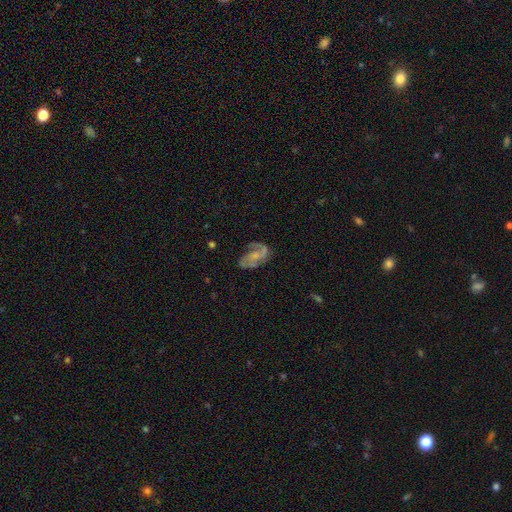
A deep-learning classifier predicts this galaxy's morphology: type=featured or disk (78%); edge-on=no (97%); bar=no (57%); spiral arms=yes (92%); winding=medium (49%); arm count=2 (68%); bulge=small (50%); merging=none (61%).